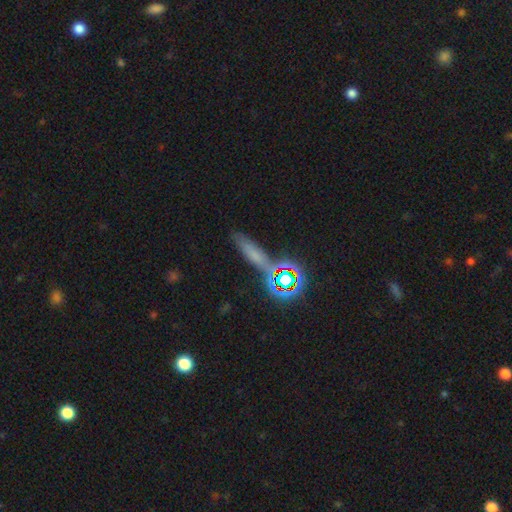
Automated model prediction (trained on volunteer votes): A smooth galaxy with no disk features (49%).

Vote fractions:
- Smooth or featured? smooth: 49% / star or artifact: 32% / featured or disk: 19%
- Merging? none: 71% / minor disturbance: 13% / merger: 11% / major disturbance: 5%